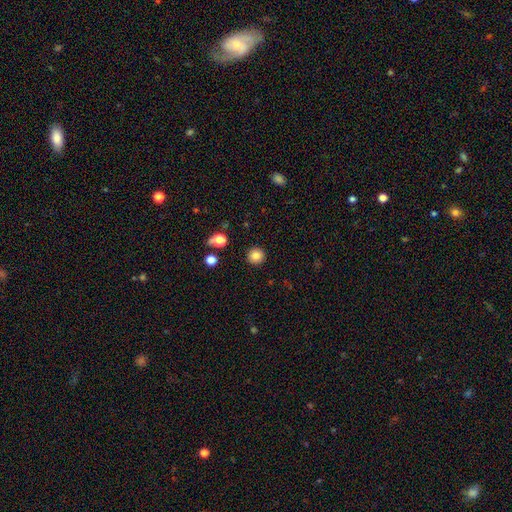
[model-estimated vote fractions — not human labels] A smooth galaxy with no disk features (83%) that is round (94%).

Vote fractions:
- Smooth or featured? smooth: 83% / star or artifact: 11% / featured or disk: 6%
- How rounded? round: 94% / in between: 5% / cigar-shaped: 1%
- Merging? none: 91% / minor disturbance: 5% / major disturbance: 2% / merger: 2%